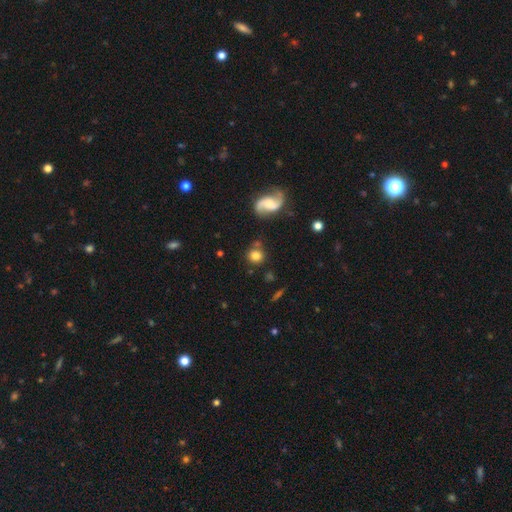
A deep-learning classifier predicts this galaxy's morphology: smooth-or-featured: smooth: 73% | featured or disk: 18% | star or artifact: 10%
  how-rounded: round: 89% | in between: 9% | cigar-shaped: 1%
  merging: none: 79% | minor disturbance: 11% | merger: 7% | major disturbance: 3%